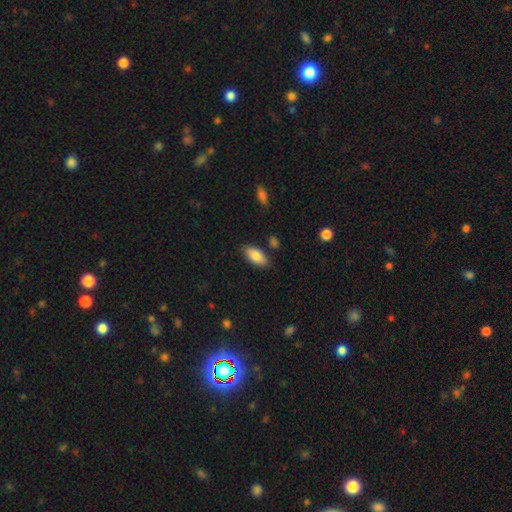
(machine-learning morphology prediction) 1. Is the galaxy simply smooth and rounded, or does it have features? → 86% smooth, 8% featured or disk, 6% star or artifact.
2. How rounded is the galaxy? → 91% in between, 7% cigar-shaped, 2% round.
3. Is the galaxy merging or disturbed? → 83% none, 12% minor disturbance, 3% merger, 3% major disturbance.